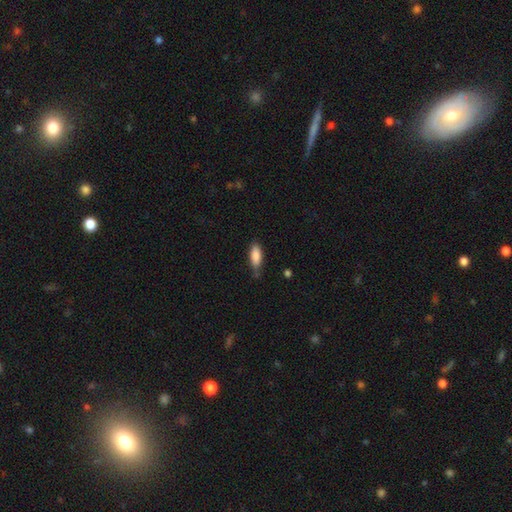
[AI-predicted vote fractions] This appears to be a smooth galaxy with no disk features (86%) that is in between round and cigar-shaped (75%). Merging: none (66%).